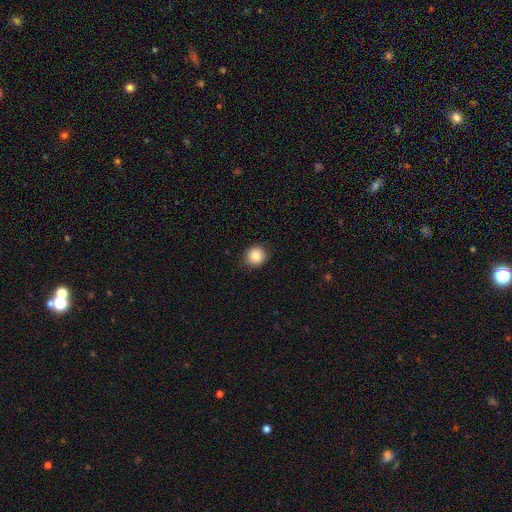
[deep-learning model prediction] smooth 84%, star or artifact 9%, featured or disk 7%. Down the decision tree: how rounded — round (90%); merging — none (87%).